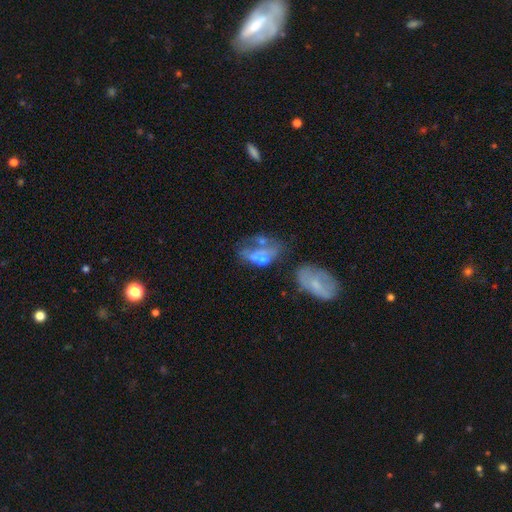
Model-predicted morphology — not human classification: smooth-or-featured: featured or disk: 49% | smooth: 33% | star or artifact: 18%
  merging: none: 32% | merger: 30% | major disturbance: 19% | minor disturbance: 18%